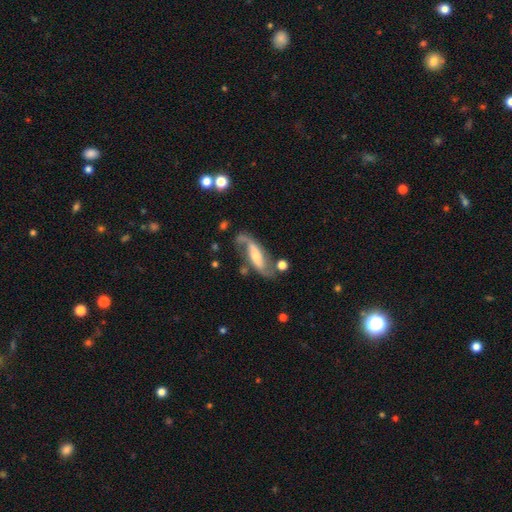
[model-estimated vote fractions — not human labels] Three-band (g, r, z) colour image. It shows a featured or disk galaxy (83%) with a strong bar (37%), 2 (85%) loose (53%) spiral arms (94%) and a moderate central bulge (49%). Merging: none (63%).